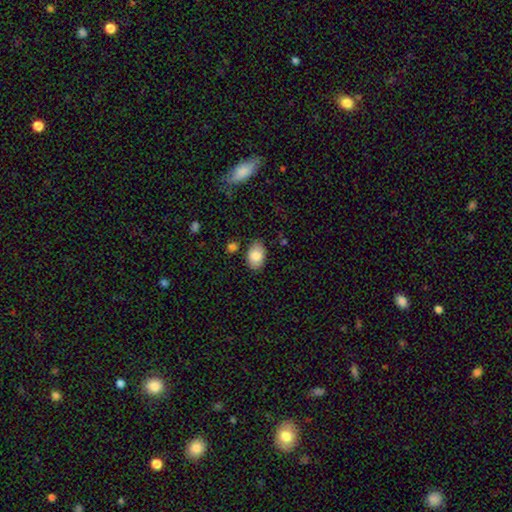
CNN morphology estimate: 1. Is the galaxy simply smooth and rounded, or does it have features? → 84% smooth, 9% featured or disk, 7% star or artifact.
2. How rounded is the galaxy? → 89% in between, 10% round, 1% cigar-shaped.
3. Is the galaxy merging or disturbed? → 80% none, 14% minor disturbance, 3% major disturbance, 3% merger.